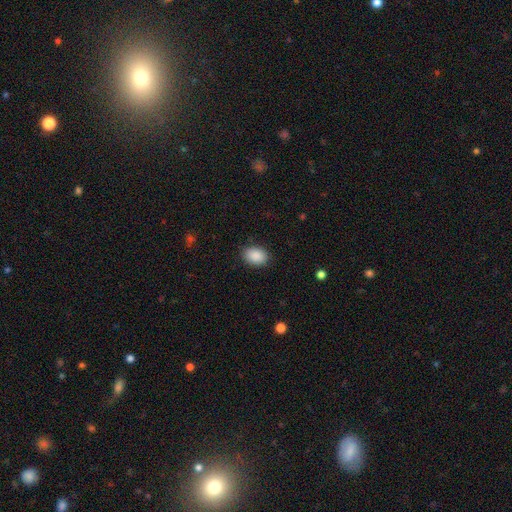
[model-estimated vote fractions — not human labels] This is clearly a smooth galaxy (90%). How rounded: likely in between (80%). Merging: clearly none (87%).